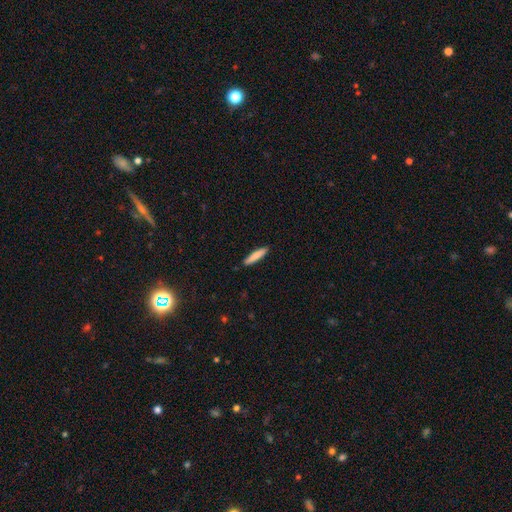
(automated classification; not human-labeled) This appears to be a smooth galaxy with no disk features (82%) that is cigar-shaped (88%). Merging: none (90%).